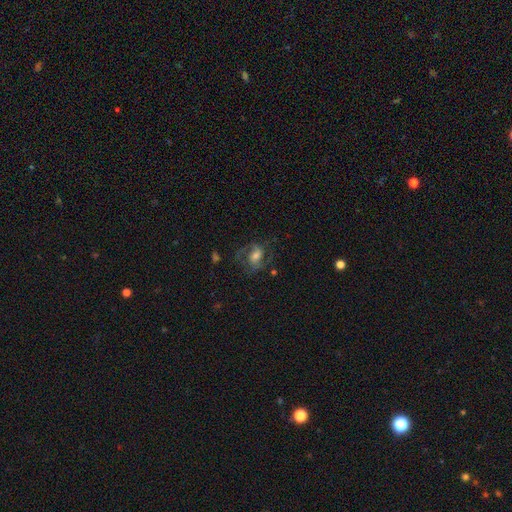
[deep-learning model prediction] Smooth or featured? featured or disk (68%)
Edge-on disk? no (97%)
Bar? weak (43%)
Spiral arms? yes (88%)
Spiral winding? medium (53%)
Spiral arm count? 2 (78%)
Bulge size? moderate (52%)
Merging? none (59%)